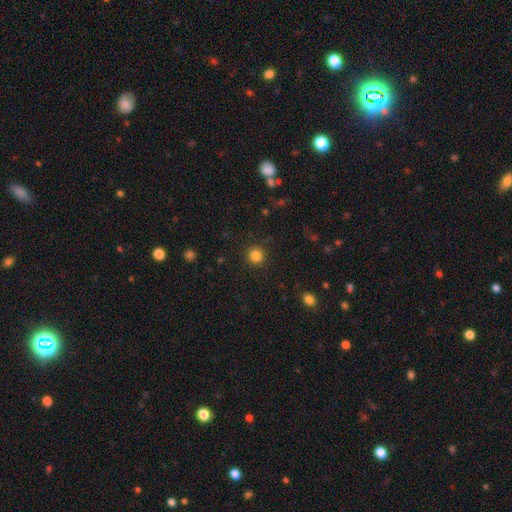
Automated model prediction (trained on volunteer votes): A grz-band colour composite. It shows a smooth galaxy with no disk features (84%) that is round (93%). Merging: none (90%).